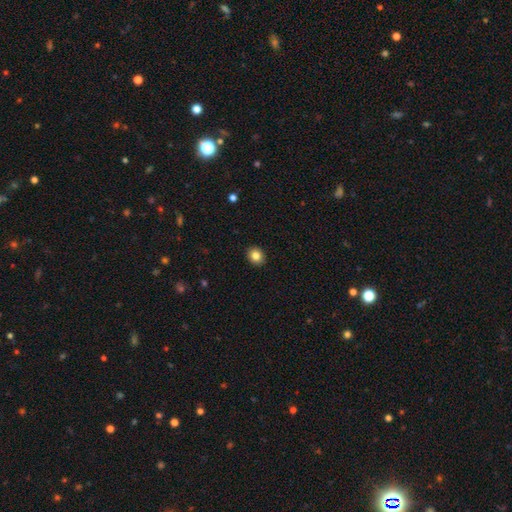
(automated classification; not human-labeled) Smooth or featured: smooth — 83% (star or artifact — 10%)
How rounded: round — 62% (in between — 37%)
Merging: none — 91% (minor disturbance — 6%)